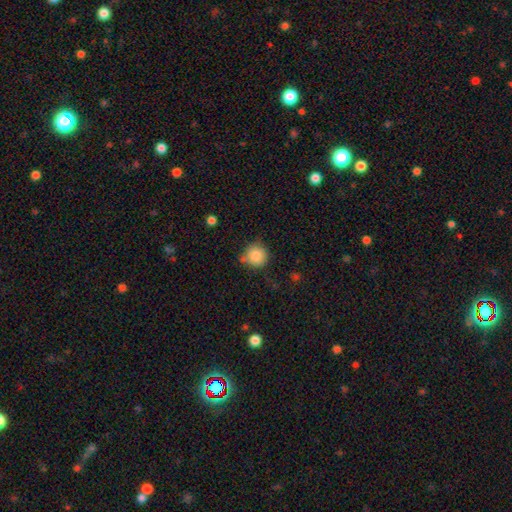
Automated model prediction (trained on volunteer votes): Smooth or featured: smooth — 86% (star or artifact — 9%)
How rounded: round — 92% (in between — 7%)
Merging: none — 71% (minor disturbance — 19%)